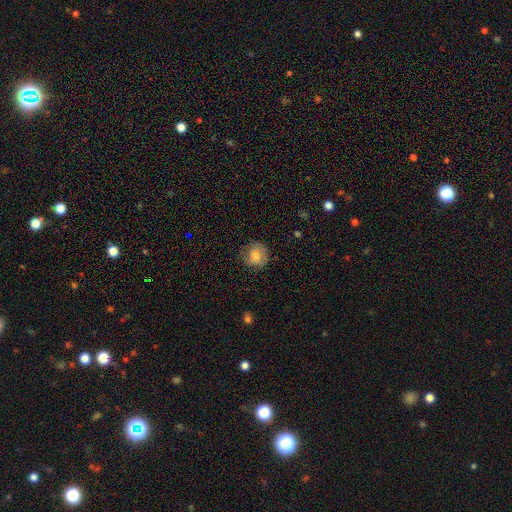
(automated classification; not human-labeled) Overall: smooth (66%). How rounded: round (83%). Merging: none (72%).